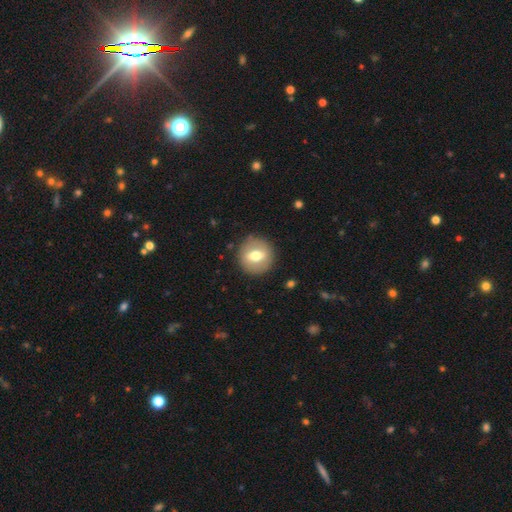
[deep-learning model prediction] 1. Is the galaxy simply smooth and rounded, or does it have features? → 61% smooth, 32% featured or disk, 8% star or artifact.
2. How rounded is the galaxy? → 86% round, 13% in between, 1% cigar-shaped.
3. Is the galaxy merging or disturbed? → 88% none, 8% minor disturbance, 3% major disturbance, 1% merger.